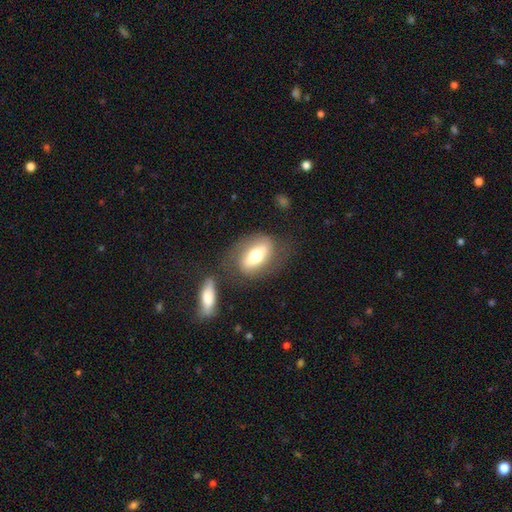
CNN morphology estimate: This appears to be a smooth galaxy with no disk features (54%) that is in between round and cigar-shaped (83%). Merging: none (61%).